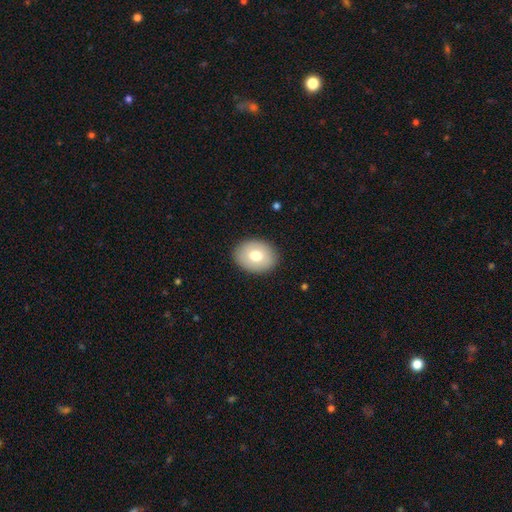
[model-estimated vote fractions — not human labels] Smooth or featured?
  - smooth: 74% *
  - featured or disk: 18%
  - star or artifact: 8%
How rounded?
  - in between: 60% *
  - round: 39%
  - cigar-shaped: 1%
Merging?
  - none: 89% *
  - minor disturbance: 8%
  - major disturbance: 2%
  - merger: 1%